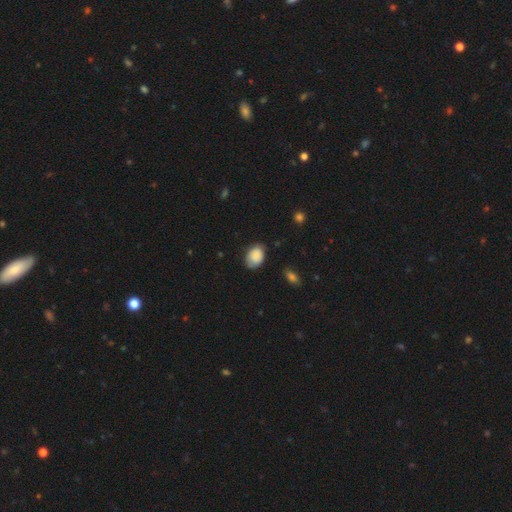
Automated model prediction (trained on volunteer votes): Q: Smooth or featured?
A: smooth (86%); runner-up: star or artifact (7%)
Q: How rounded?
A: in between (71%); runner-up: round (28%)
Q: Merging?
A: none (73%); runner-up: minor disturbance (21%)